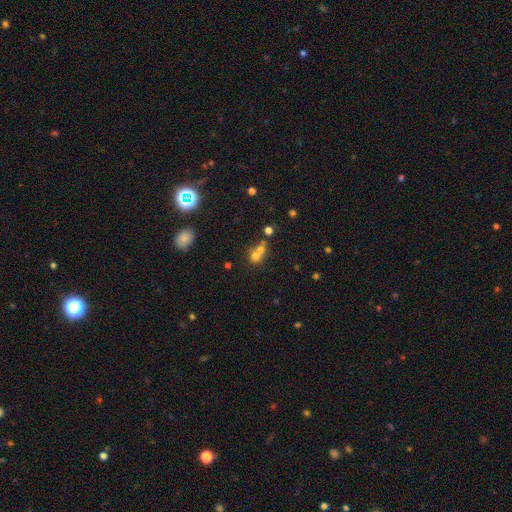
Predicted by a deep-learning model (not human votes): This appears to be a smooth galaxy with no disk features (64%) that is round (77%). Merging: merger (57%).